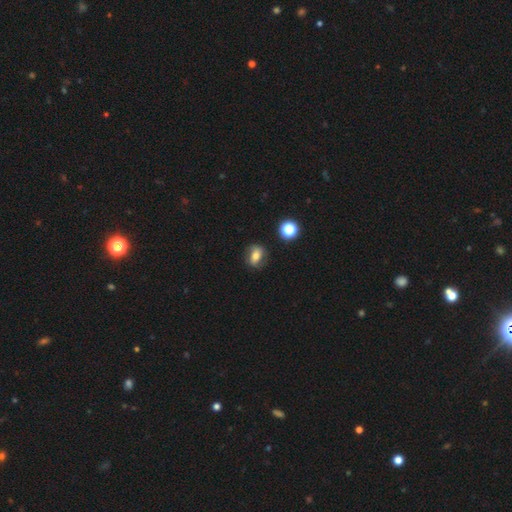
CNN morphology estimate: Smooth or featured? smooth (56%)
How rounded? in between (60%)
Merging? none (80%)